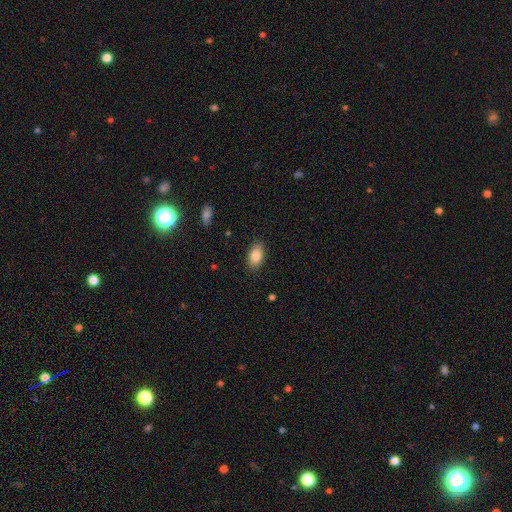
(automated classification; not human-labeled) smooth-or-featured: smooth: 85% | featured or disk: 8% | star or artifact: 7%
  how-rounded: in between: 92% | round: 5% | cigar-shaped: 3%
  merging: none: 87% | minor disturbance: 10% | major disturbance: 2% | merger: 1%